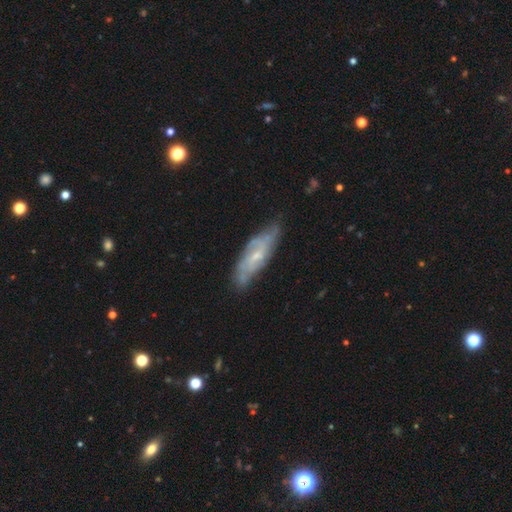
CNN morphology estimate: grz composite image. It shows a featured or disk galaxy (74%) with no bar (47%), 2 (39%) medium (43%) spiral arms (89%) and a small central bulge (61%). Merging: none (69%).